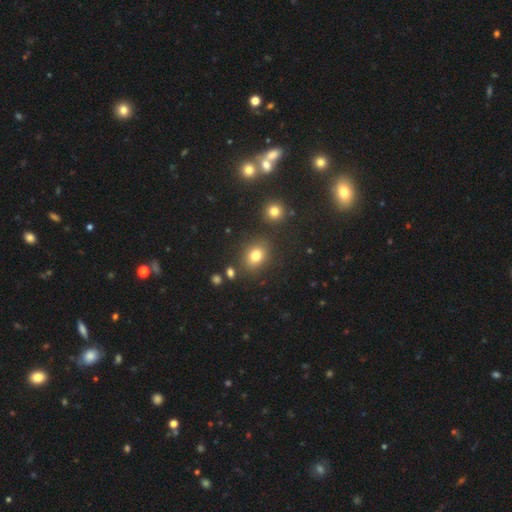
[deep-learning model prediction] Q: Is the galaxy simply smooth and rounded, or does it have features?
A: smooth — 77%.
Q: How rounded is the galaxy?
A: round — 51%.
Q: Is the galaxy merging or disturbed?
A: none — 81%.